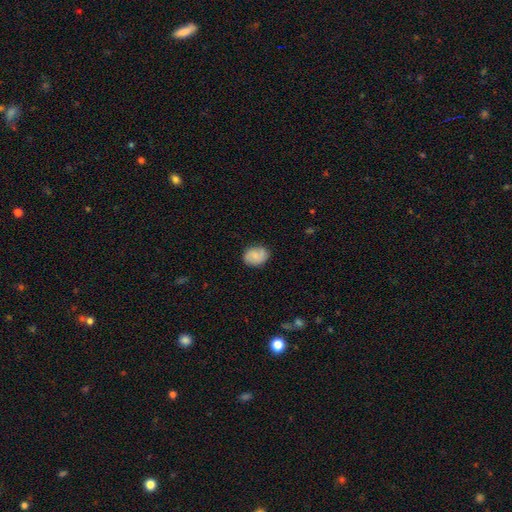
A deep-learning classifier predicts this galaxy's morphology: Q: Smooth or featured?
A: smooth (67%); runner-up: featured or disk (24%)
Q: How rounded?
A: in between (57%); runner-up: round (42%)
Q: Merging?
A: none (75%); runner-up: minor disturbance (20%)